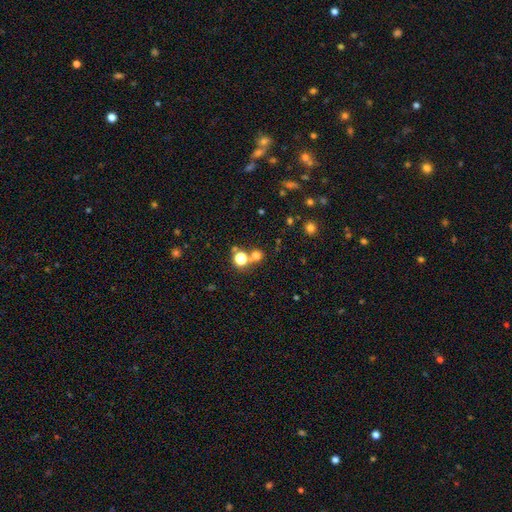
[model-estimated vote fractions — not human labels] Morphology: type=smooth (63%); roundness=round (88%); merging=none (64%).